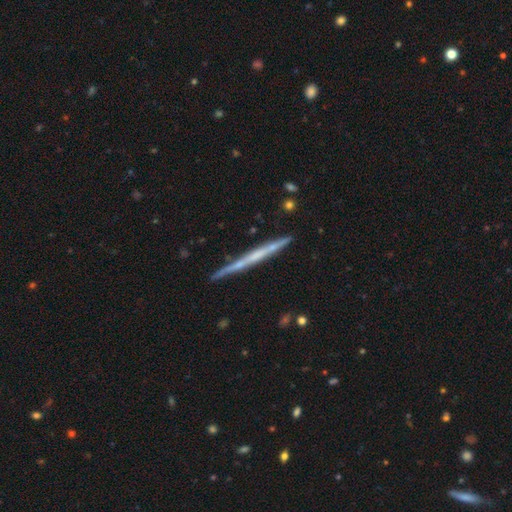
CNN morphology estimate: Q: Smooth or featured?
A: featured or disk (63%); runner-up: smooth (31%)
Q: Edge-on disk?
A: yes (98%); runner-up: no (2%)
Q: Edge-on bulge?
A: none (76%); runner-up: rounded (18%)
Q: Merging?
A: none (89%); runner-up: minor disturbance (8%)